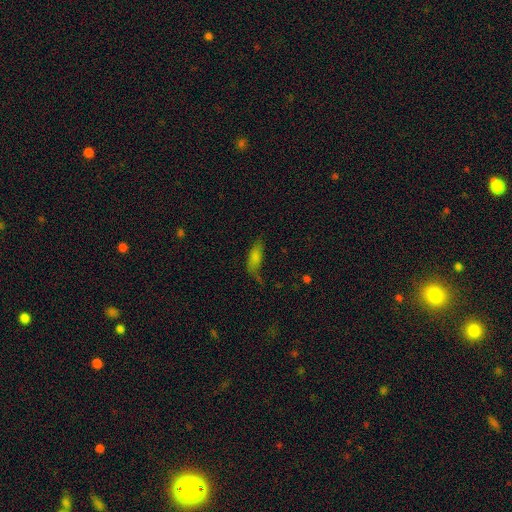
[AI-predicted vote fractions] A smooth galaxy with no disk features (71%) that is in between round and cigar-shaped (66%).

Vote fractions:
- Smooth or featured? smooth: 71% / featured or disk: 17% / star or artifact: 12%
- How rounded? in between: 66% / cigar-shaped: 30% / round: 3%
- Merging? none: 47% / minor disturbance: 29% / major disturbance: 19% / merger: 6%